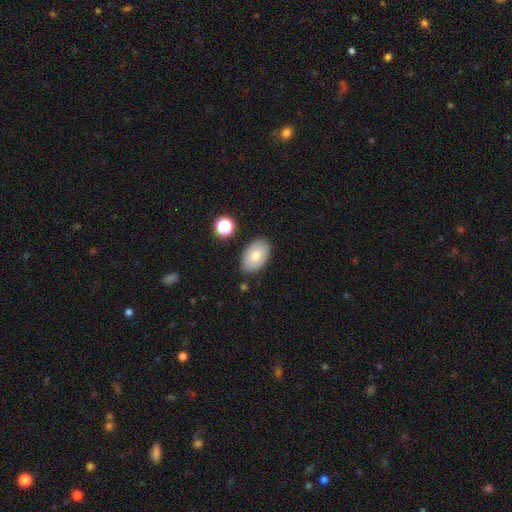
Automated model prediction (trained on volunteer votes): This is likely a smooth galaxy (71%). How rounded: clearly in between (91%). Merging: clearly none (84%).